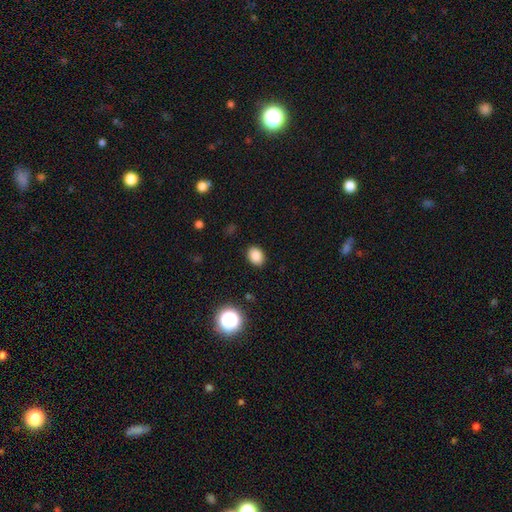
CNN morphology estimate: Smooth or featured?
  - smooth: 86% *
  - star or artifact: 11%
  - featured or disk: 4%
How rounded?
  - in between: 65% *
  - round: 34%
  - cigar-shaped: 1%
Merging?
  - none: 89% *
  - minor disturbance: 8%
  - major disturbance: 2%
  - merger: 1%